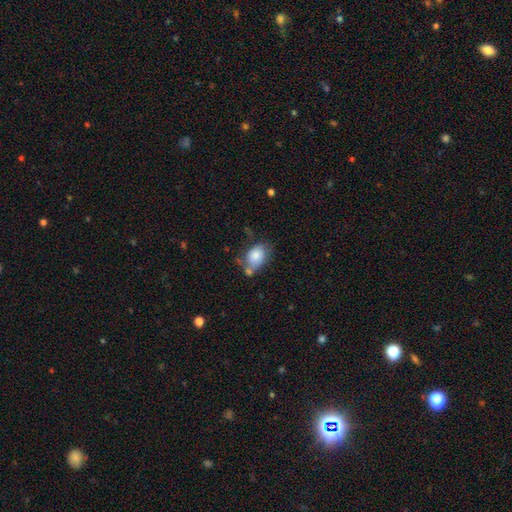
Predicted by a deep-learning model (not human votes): Smooth or featured? Predicted: smooth (p=0.79). How rounded? Predicted: in between (p=0.81). Merging? Predicted: none (p=0.44).